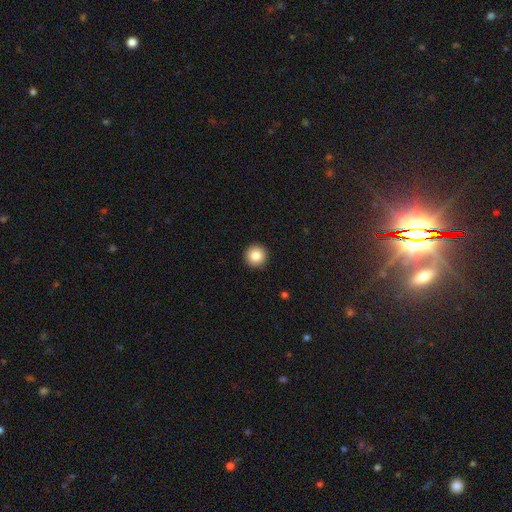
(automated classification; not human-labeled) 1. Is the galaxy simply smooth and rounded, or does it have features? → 84% smooth, 9% star or artifact, 7% featured or disk.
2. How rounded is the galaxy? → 96% round, 3% in between, 1% cigar-shaped.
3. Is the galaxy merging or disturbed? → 93% none, 5% minor disturbance, 1% major disturbance, 1% merger.